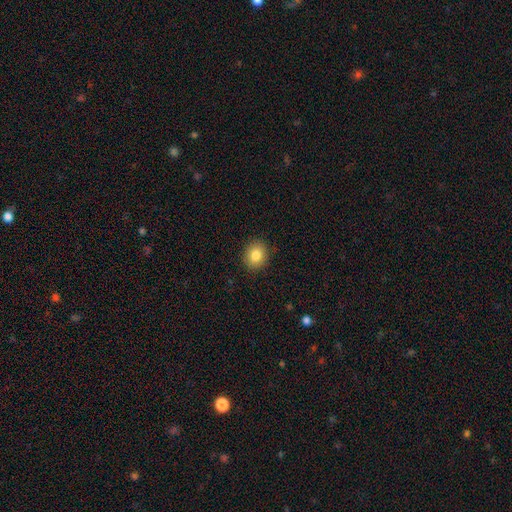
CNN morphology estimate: Smooth or featured?
  - smooth: 83% *
  - star or artifact: 10%
  - featured or disk: 7%
How rounded?
  - round: 66% *
  - in between: 33%
  - cigar-shaped: 1%
Merging?
  - none: 90% *
  - minor disturbance: 7%
  - major disturbance: 2%
  - merger: 1%